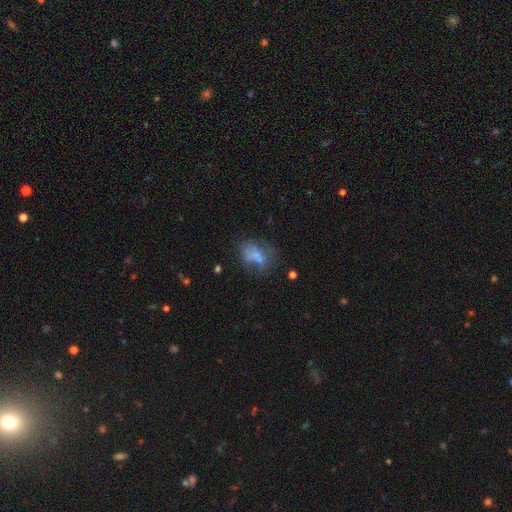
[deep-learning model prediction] A smooth galaxy with no disk features (50%) that is in between round and cigar-shaped (70%).

Vote fractions:
- Smooth or featured? smooth: 50% / featured or disk: 36% / star or artifact: 13%
- How rounded? in between: 70% / round: 28% / cigar-shaped: 2%
- Merging? none: 34% / major disturbance: 25% / minor disturbance: 21% / merger: 19%